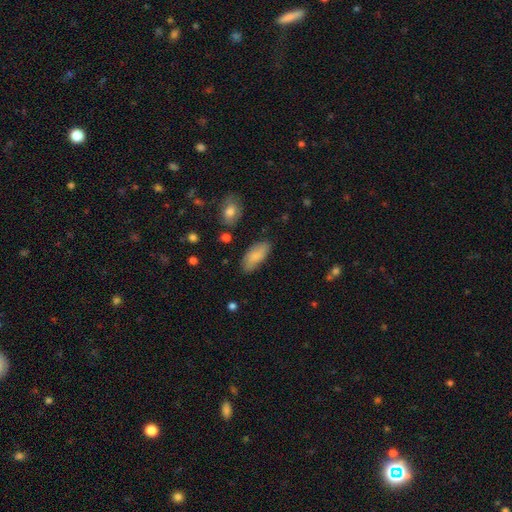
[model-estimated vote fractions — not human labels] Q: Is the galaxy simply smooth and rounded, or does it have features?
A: smooth — 82%.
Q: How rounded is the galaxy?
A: in between — 88%.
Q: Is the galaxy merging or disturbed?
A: none — 78%.